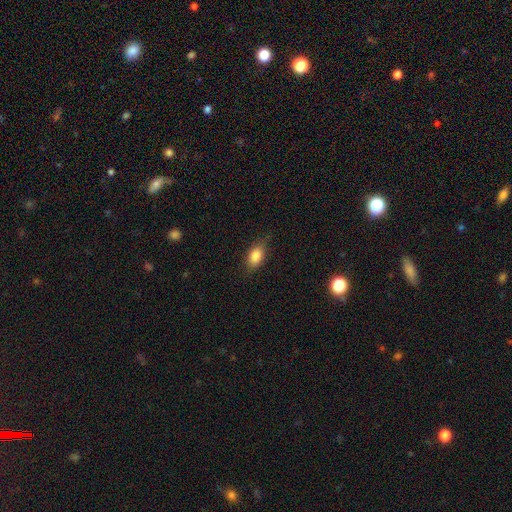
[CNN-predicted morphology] Smooth or featured? Predicted: smooth (p=0.84). How rounded? Predicted: in between (p=0.86). Merging? Predicted: none (p=0.75).